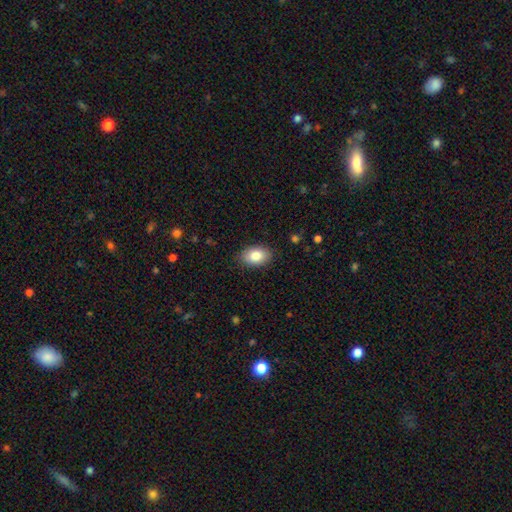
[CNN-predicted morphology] smooth 86%, featured or disk 7%, star or artifact 7%. Down the decision tree: how rounded — in between (88%); merging — none (87%).